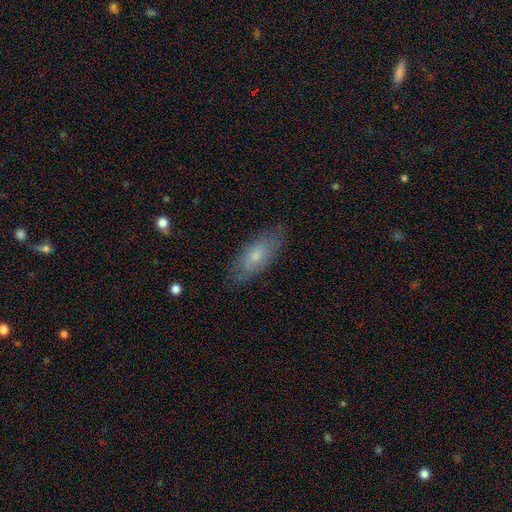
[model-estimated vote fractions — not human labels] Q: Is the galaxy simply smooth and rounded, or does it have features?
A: smooth — 67%.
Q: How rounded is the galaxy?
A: in between — 77%.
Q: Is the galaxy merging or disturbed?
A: none — 81%.